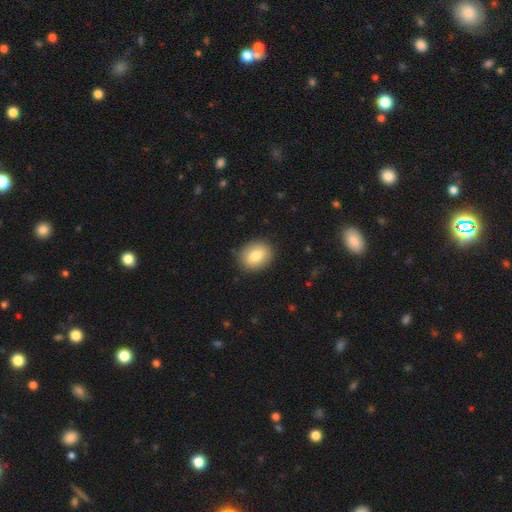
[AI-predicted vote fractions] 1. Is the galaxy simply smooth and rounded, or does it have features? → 79% smooth, 13% featured or disk, 8% star or artifact.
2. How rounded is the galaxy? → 52% in between, 47% round, 1% cigar-shaped.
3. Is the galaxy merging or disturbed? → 88% none, 9% minor disturbance, 2% major disturbance, 1% merger.